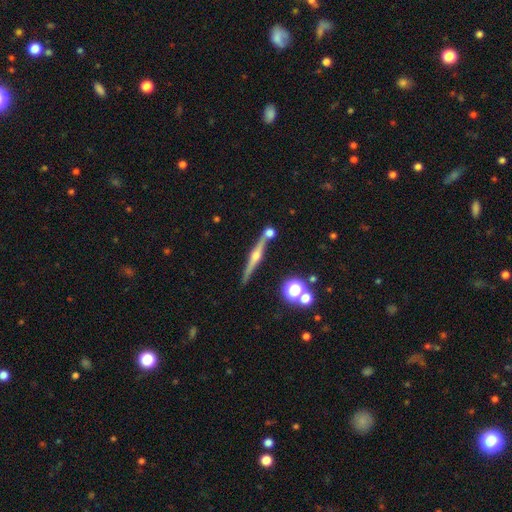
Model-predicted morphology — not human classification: This appears to be a featured or disk galaxy (78%) viewed edge-on (98%) with a rounded central bulge (92%). Merging: none (79%).